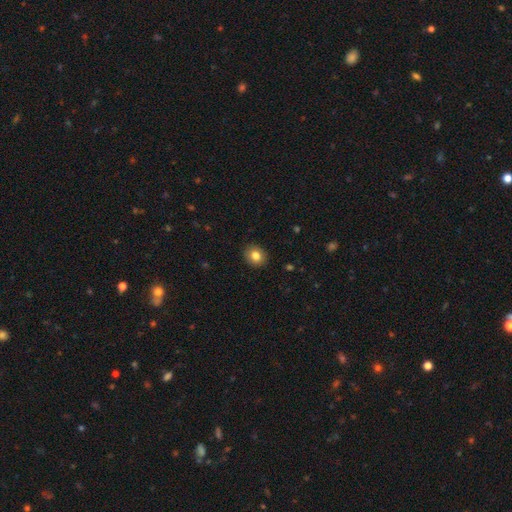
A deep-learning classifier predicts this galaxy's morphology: Smooth or featured: smooth — 82% (star or artifact — 10%)
How rounded: round — 70% (in between — 29%)
Merging: none — 91% (minor disturbance — 7%)